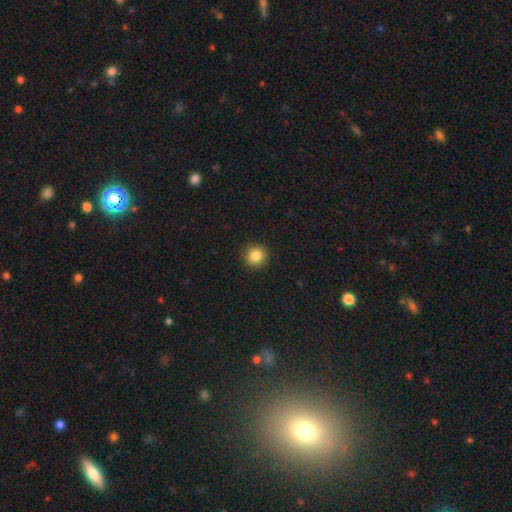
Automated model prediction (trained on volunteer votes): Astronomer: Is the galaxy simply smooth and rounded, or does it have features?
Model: smooth — 85%.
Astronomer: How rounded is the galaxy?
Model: round — 94%.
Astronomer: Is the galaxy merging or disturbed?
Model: none — 92%.